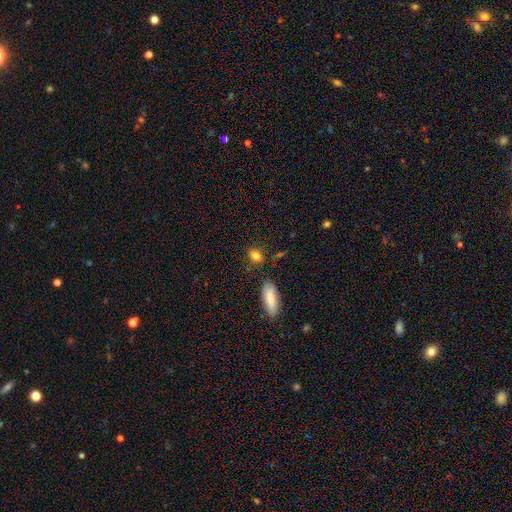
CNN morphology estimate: Smooth or featured? Predicted: smooth (p=0.82). How rounded? Predicted: in between (p=0.67). Merging? Predicted: none (p=0.76).